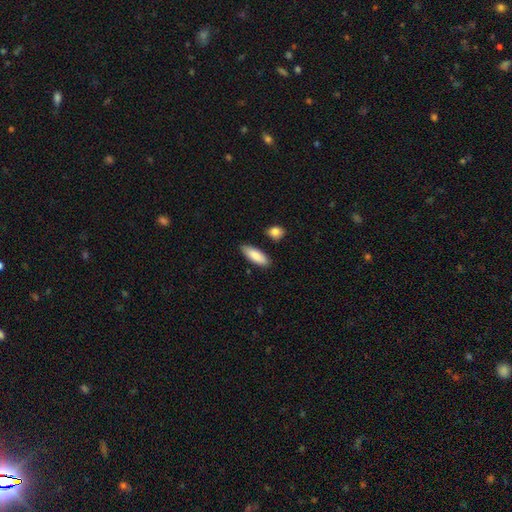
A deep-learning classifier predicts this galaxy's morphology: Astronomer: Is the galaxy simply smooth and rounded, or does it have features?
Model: smooth — 86%.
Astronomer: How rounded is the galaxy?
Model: in between — 68%.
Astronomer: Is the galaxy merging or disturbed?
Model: none — 86%.